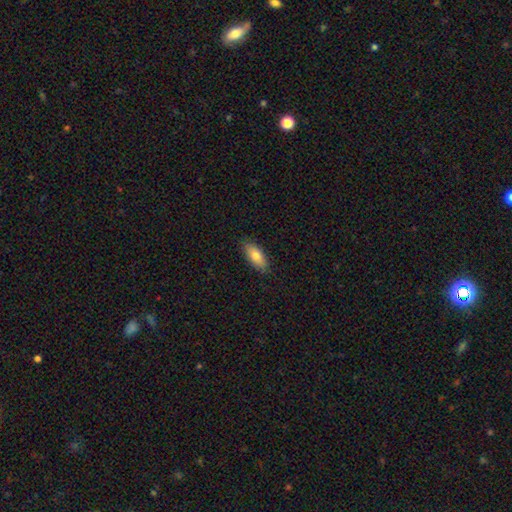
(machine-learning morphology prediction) Smooth or featured? Predicted: smooth (p=0.80). How rounded? Predicted: in between (p=0.84). Merging? Predicted: none (p=0.87).